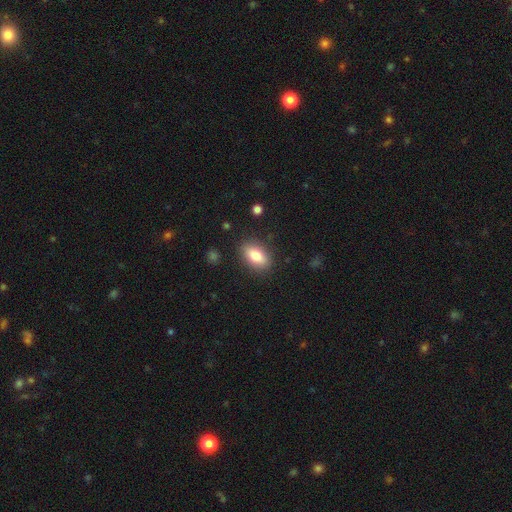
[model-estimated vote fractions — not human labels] A smooth galaxy with no disk features (78%) that is in between round and cigar-shaped (86%).

Vote fractions:
- Smooth or featured? smooth: 78% / featured or disk: 15% / star or artifact: 8%
- How rounded? in between: 86% / round: 7% / cigar-shaped: 7%
- Merging? none: 86% / minor disturbance: 10% / major disturbance: 3% / merger: 1%